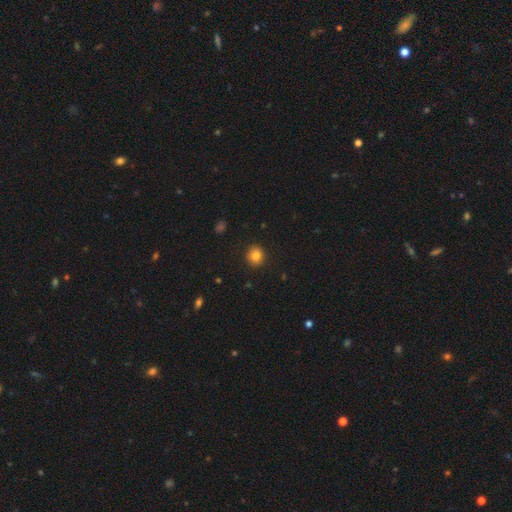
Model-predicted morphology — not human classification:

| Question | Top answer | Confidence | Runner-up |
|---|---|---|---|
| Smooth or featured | smooth | 84% | star or artifact (10%) |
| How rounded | round | 84% | in between (15%) |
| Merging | none | 91% | minor disturbance (6%) |